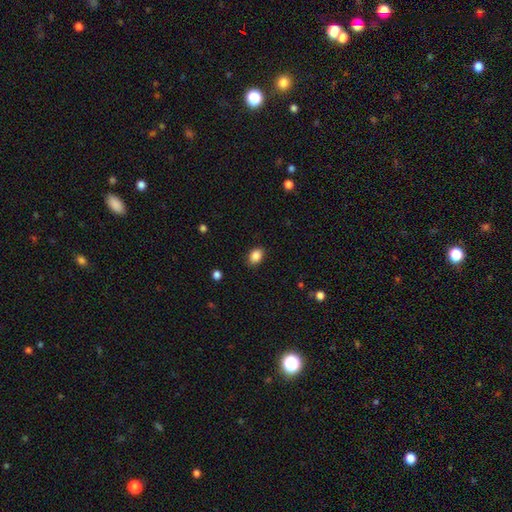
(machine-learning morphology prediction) smooth_or_featured: smooth (p=0.88) [alt: star or artifact p=0.09]
how_rounded: in between (p=0.74) [alt: round p=0.25]
merging: none (p=0.86) [alt: minor disturbance p=0.11]